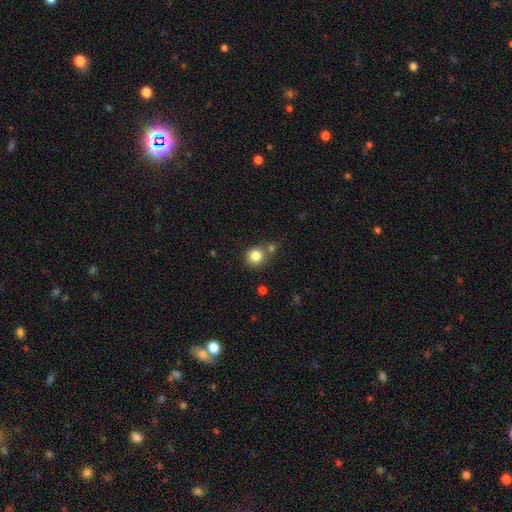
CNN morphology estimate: Smooth or featured: smooth — 83% (star or artifact — 11%)
How rounded: round — 87% (in between — 12%)
Merging: none — 66% (merger — 19%)